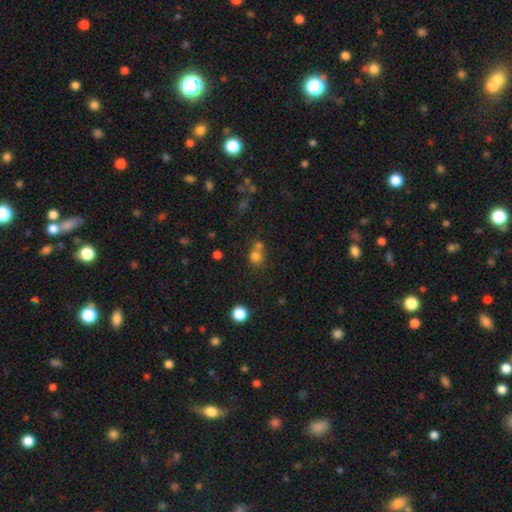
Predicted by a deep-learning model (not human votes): Smooth or featured: smooth — 75% (star or artifact — 16%)
How rounded: round — 84% (in between — 15%)
Merging: none — 48% (merger — 40%)